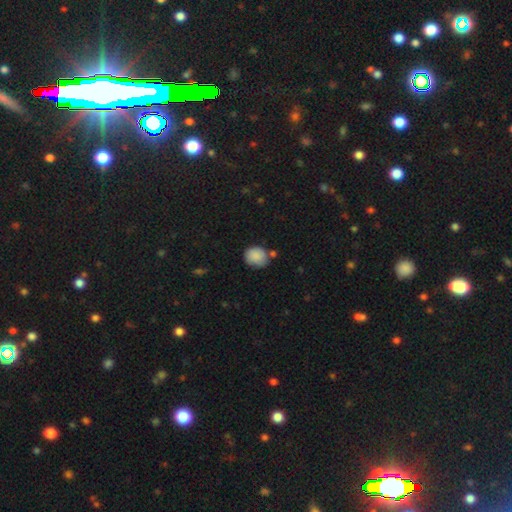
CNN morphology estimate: Smooth or featured? smooth (87%)
How rounded? round (65%)
Merging? none (64%)